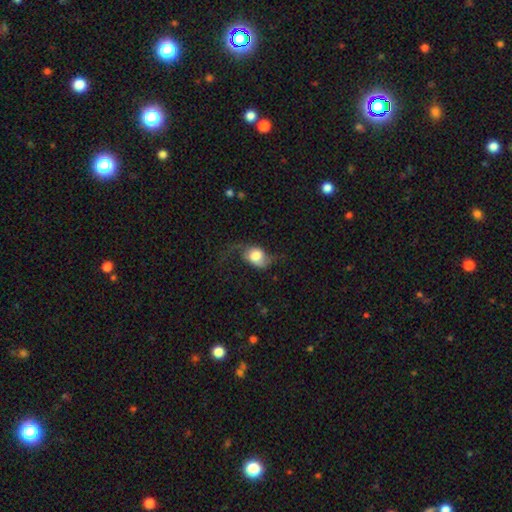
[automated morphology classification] A smooth galaxy with no disk features (52%) that is in between round and cigar-shaped (60%). Merging: none (42%).